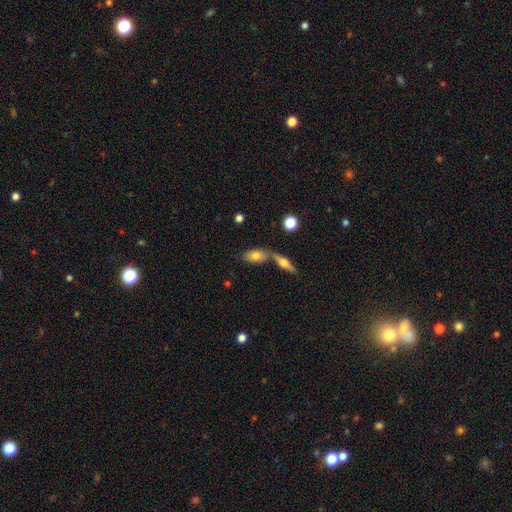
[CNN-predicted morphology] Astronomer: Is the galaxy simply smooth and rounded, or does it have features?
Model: smooth — 72%.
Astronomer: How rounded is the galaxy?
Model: in between — 86%.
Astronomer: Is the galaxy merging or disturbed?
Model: none — 47% (runner-up: merger, 39%).